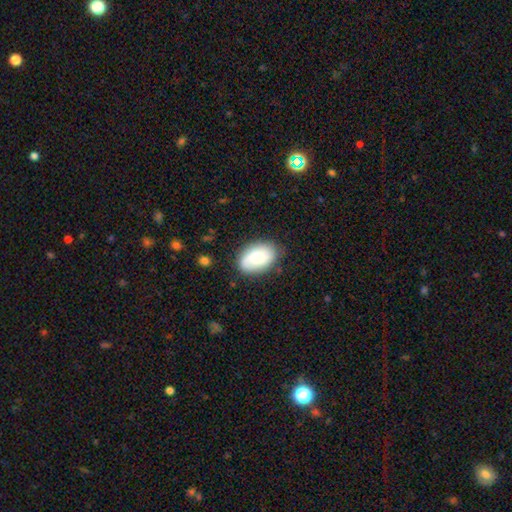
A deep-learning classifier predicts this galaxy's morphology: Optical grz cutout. It shows a smooth galaxy with no disk features (61%) that is in between round and cigar-shaped (86%). Merging: none (78%).